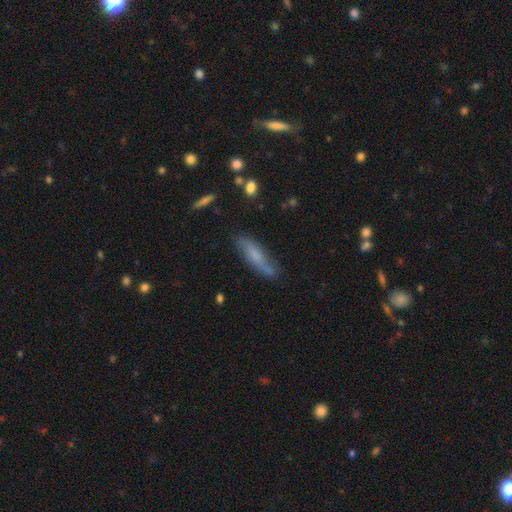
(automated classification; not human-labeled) Smooth or featured? Predicted: smooth (p=0.52). How rounded? Predicted: cigar-shaped (p=0.69). Merging? Predicted: none (p=0.72).